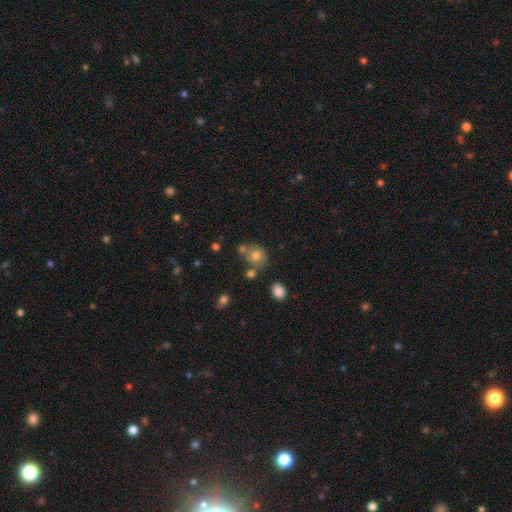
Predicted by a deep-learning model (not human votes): A smooth galaxy with no disk features (73%) that is round (70%). Merging: none (53%).